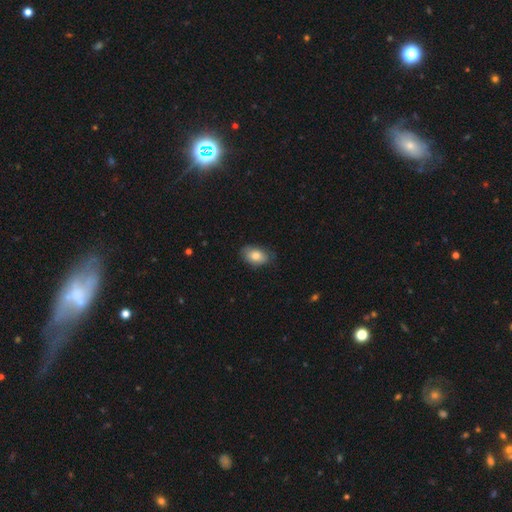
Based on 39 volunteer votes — This is clearly a smooth galaxy (85%). How rounded: clearly in between (91%). Merging: likely none (60%).